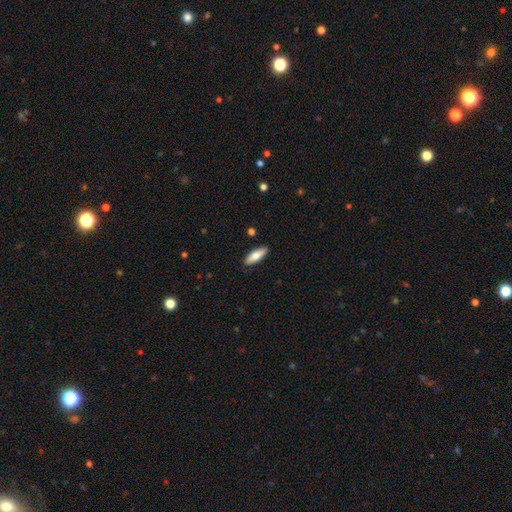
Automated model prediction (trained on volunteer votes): Smooth or featured? Predicted: smooth (p=0.73). How rounded? Predicted: in between (p=0.56). Merging? Predicted: none (p=0.88).